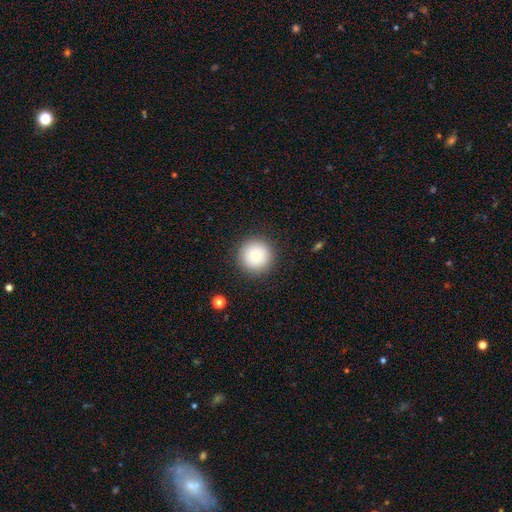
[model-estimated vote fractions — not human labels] Morphology: type=smooth (78%); roundness=round (96%); merging=none (91%).